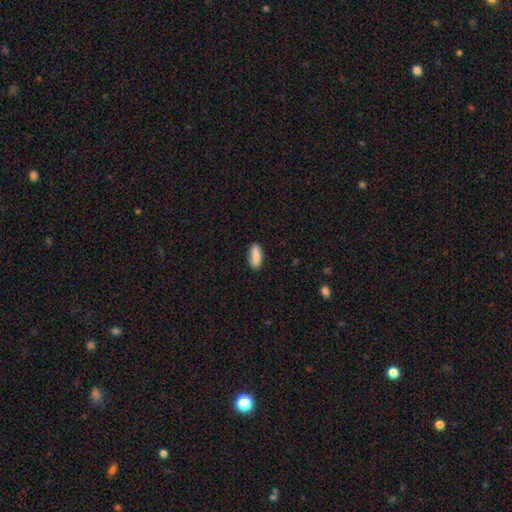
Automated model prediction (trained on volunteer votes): Smooth or featured?
  - smooth: 86% *
  - featured or disk: 8%
  - star or artifact: 6%
How rounded?
  - in between: 77% *
  - cigar-shaped: 21%
  - round: 2%
Merging?
  - none: 85% *
  - minor disturbance: 12%
  - major disturbance: 2%
  - merger: 2%